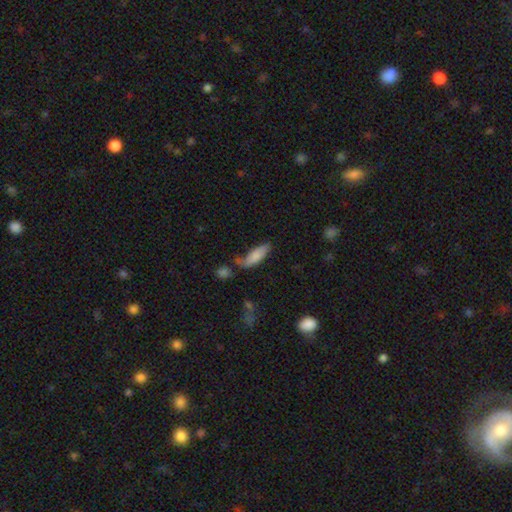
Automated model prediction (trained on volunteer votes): A smooth galaxy with no disk features (77%) that is in between round and cigar-shaped (59%).

Vote fractions:
- Smooth or featured? smooth: 77% / featured or disk: 16% / star or artifact: 7%
- How rounded? in between: 59% / cigar-shaped: 39% / round: 2%
- Merging? none: 48% / minor disturbance: 28% / merger: 12% / major disturbance: 11%